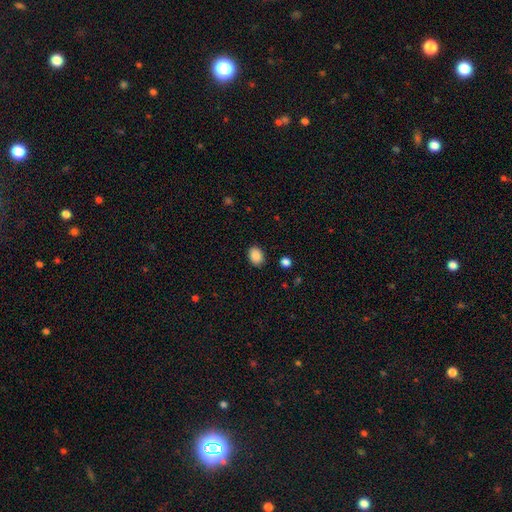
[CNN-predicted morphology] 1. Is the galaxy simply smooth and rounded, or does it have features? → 89% smooth, 8% star or artifact, 3% featured or disk.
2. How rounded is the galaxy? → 70% in between, 29% round, 1% cigar-shaped.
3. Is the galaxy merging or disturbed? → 87% none, 9% minor disturbance, 2% major disturbance, 1% merger.